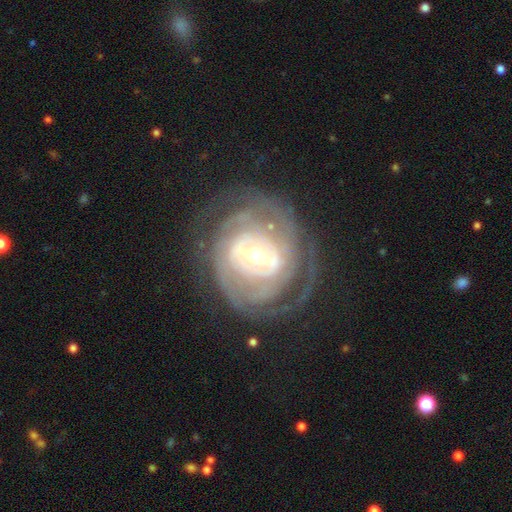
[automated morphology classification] Smooth or featured?
  - featured or disk: 86% *
  - smooth: 9%
  - star or artifact: 6%
Edge-on disk?
  - no: 96% *
  - yes: 4%
Bar?
  - strong: 41% *
  - weak: 38%
  - no: 21%
Spiral arms?
  - yes: 88% *
  - no: 12%
Spiral winding?
  - tight: 66% *
  - medium: 25%
  - loose: 8%
Spiral arm count?
  - can't tell: 38% *
  - 2: 29%
  - 3: 13%
  - 4: 9%
  - more than 4: 6%
  - 1: 6%
Bulge size?
  - small: 61% *
  - moderate: 32%
  - large: 4%
  - dominant: 1%
  - none: 1%
Merging?
  - none: 70% *
  - minor disturbance: 15%
  - major disturbance: 13%
  - merger: 2%